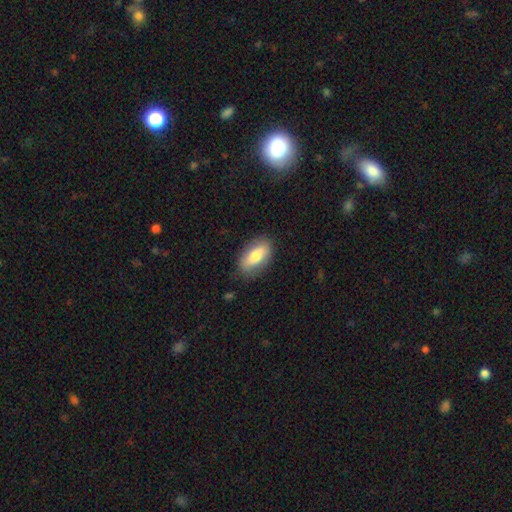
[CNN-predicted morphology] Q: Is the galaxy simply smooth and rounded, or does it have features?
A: smooth — 73%.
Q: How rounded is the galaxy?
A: in between — 87%.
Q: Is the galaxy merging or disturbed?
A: none — 82%.